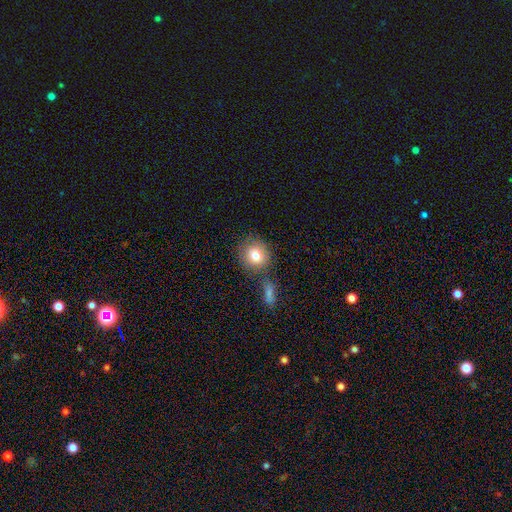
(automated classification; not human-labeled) This is likely a smooth galaxy (78%). How rounded: clearly round (88%). Merging: likely none (69%).